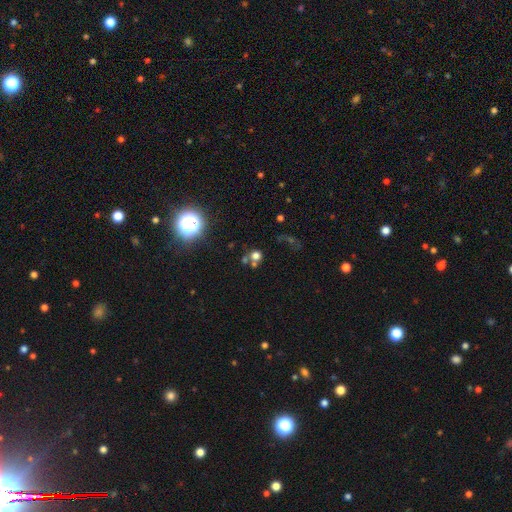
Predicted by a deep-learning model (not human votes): Morphology: type=smooth (58%); roundness=round (87%); merging=none (55%).